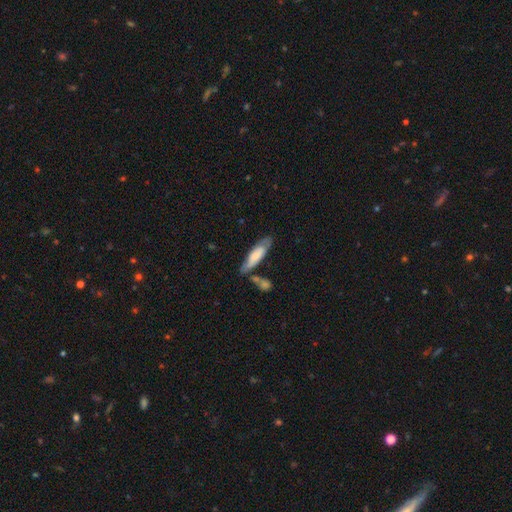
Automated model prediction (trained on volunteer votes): Morphology: type=smooth (62%); roundness=cigar-shaped (56%); merging=none (56%).